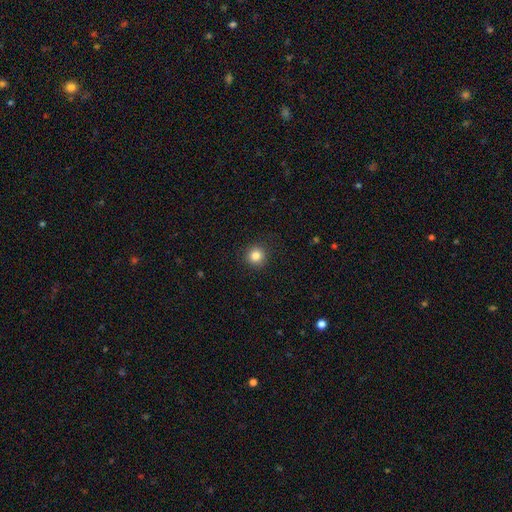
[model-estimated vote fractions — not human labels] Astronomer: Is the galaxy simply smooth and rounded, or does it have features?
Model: smooth — 84%.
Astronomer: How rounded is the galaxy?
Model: round — 94%.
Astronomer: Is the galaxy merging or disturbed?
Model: none — 91%.